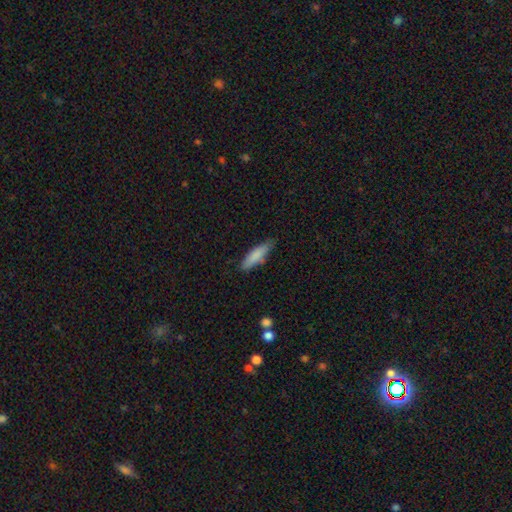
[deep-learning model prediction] This appears to be a smooth galaxy with no disk features (82%) that is cigar-shaped (58%). Merging: none (72%).